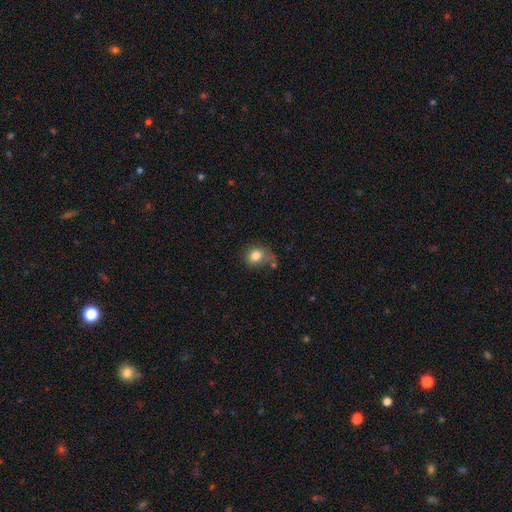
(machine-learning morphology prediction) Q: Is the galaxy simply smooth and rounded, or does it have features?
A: smooth — 81%.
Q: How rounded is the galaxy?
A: round — 58%.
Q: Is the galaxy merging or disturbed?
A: none — 49%.